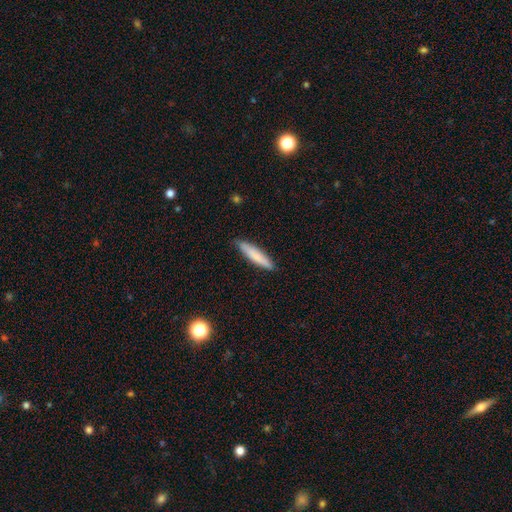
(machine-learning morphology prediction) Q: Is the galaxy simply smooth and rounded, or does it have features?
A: smooth — 79%.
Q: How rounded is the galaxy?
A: cigar-shaped — 85%.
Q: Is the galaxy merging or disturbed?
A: none — 85%.